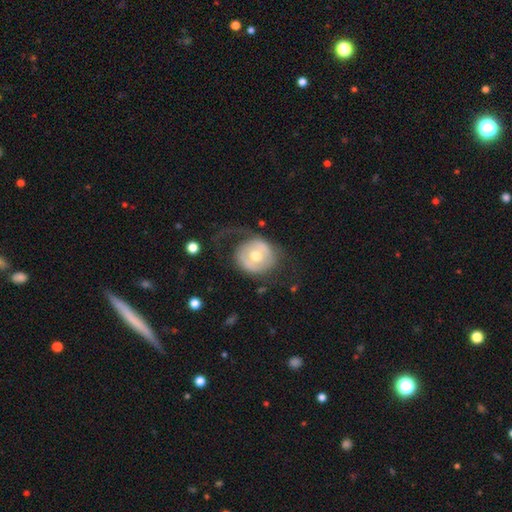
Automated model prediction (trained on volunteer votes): Morphology: type=featured or disk (58%); edge-on=no (96%); bar=no (62%); spiral arms=no (55%); bulge=moderate (75%); merging=none (48%).